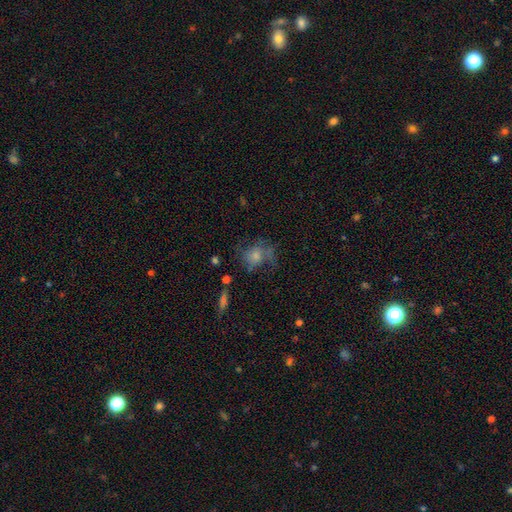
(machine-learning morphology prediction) A smooth galaxy with no disk features (54%) that is round (61%). Merging: none (42%).